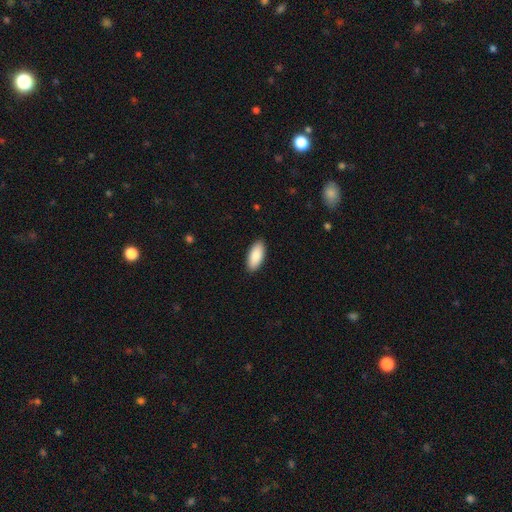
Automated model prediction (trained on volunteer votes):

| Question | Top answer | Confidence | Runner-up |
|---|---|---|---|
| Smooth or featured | smooth | 89% | featured or disk (6%) |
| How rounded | in between | 88% | cigar-shaped (10%) |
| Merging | none | 90% | minor disturbance (7%) |